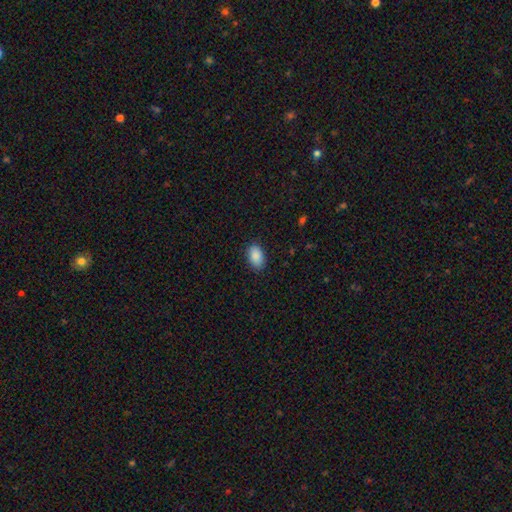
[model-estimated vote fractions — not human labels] This appears to be a smooth galaxy with no disk features (90%) that is in between round and cigar-shaped (91%). Merging: none (87%).